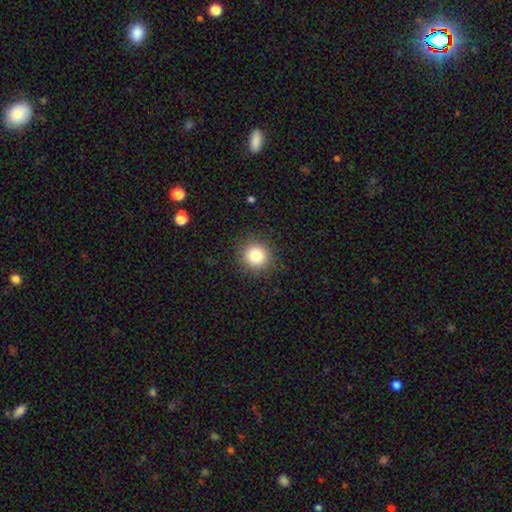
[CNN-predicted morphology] type=smooth (84%); roundness=round (92%); merging=none (90%).